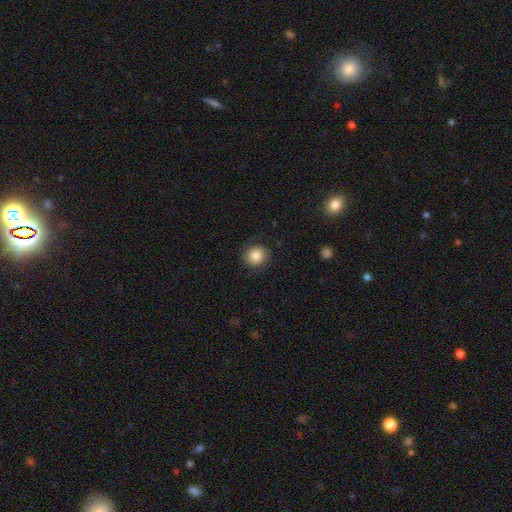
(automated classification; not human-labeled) This is likely a smooth galaxy (78%). How rounded: clearly round (86%). Merging: likely none (80%).